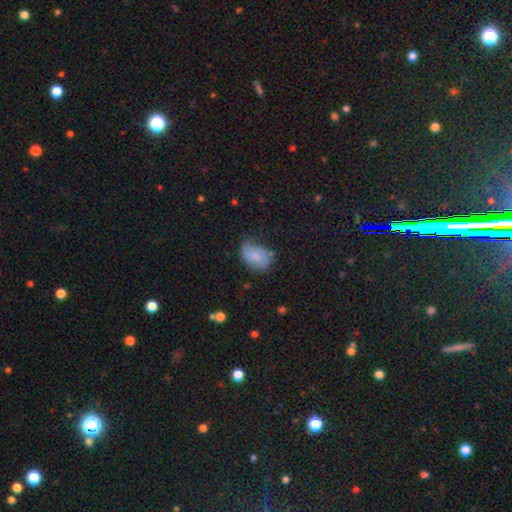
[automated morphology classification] A smooth galaxy with no disk features (71%) that is in between round and cigar-shaped (84%). Merging: none (54%).